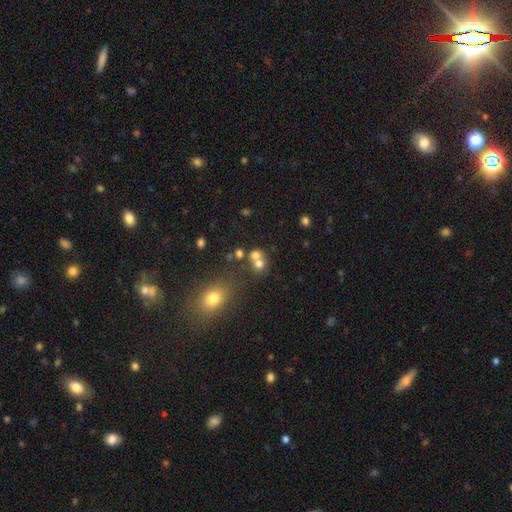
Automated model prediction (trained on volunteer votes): smooth-or-featured: smooth: 69% | star or artifact: 16% | featured or disk: 15%
  how-rounded: round: 77% | in between: 22% | cigar-shaped: 1%
  merging: merger: 49% | none: 39% | minor disturbance: 7% | major disturbance: 4%